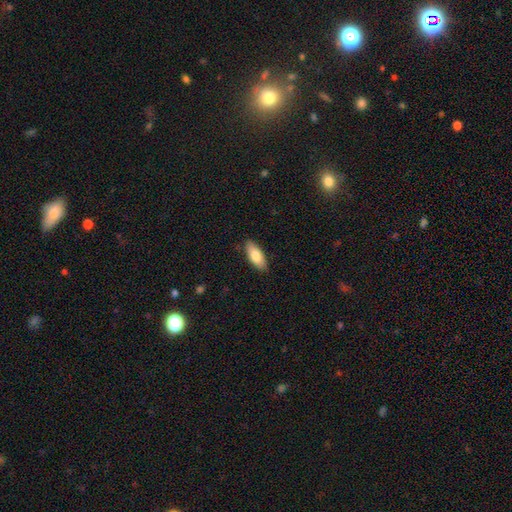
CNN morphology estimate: smooth_or_featured: smooth (p=0.80) [alt: featured or disk p=0.14]
how_rounded: in between (p=0.81) [alt: cigar-shaped p=0.17]
merging: none (p=0.86) [alt: minor disturbance p=0.11]